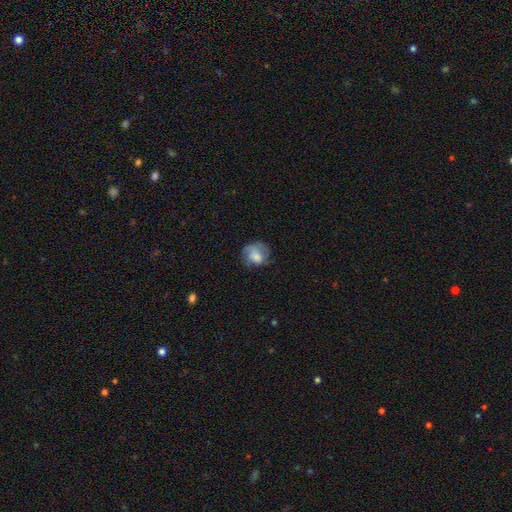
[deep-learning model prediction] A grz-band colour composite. It shows a smooth galaxy with no disk features (70%) that is round (64%). Merging: none (52%).